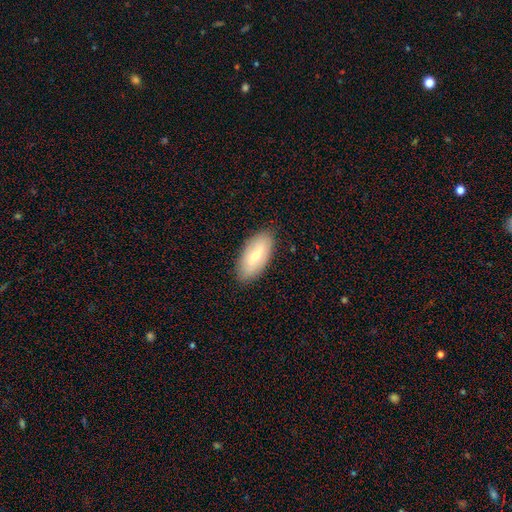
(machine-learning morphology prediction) Smooth or featured: smooth — 64% (featured or disk — 30%)
How rounded: in between — 88% (cigar-shaped — 10%)
Merging: none — 87% (minor disturbance — 10%)